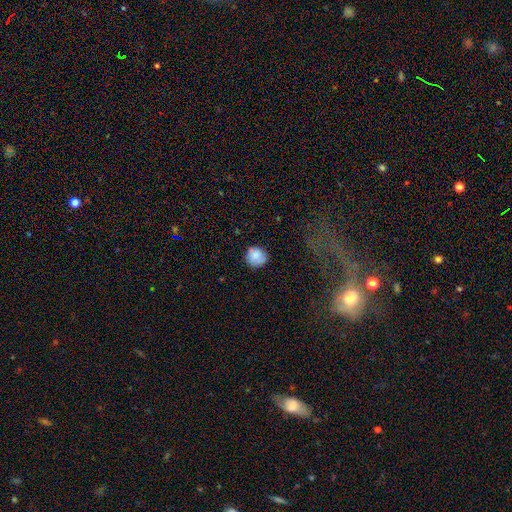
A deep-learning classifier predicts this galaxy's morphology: Smooth or featured? Predicted: smooth (p=0.79). How rounded? Predicted: round (p=0.88). Merging? Predicted: none (p=0.74).